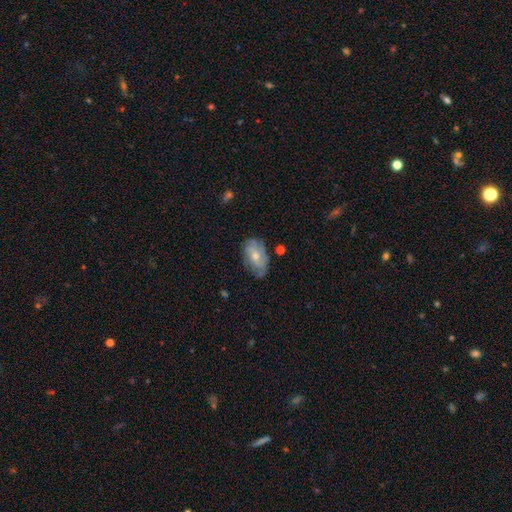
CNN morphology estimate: The model was most divided on "smooth or featured": featured or disk: 48%, smooth: 44%, star or artifact: 7%. More confident: merging — none (66%).